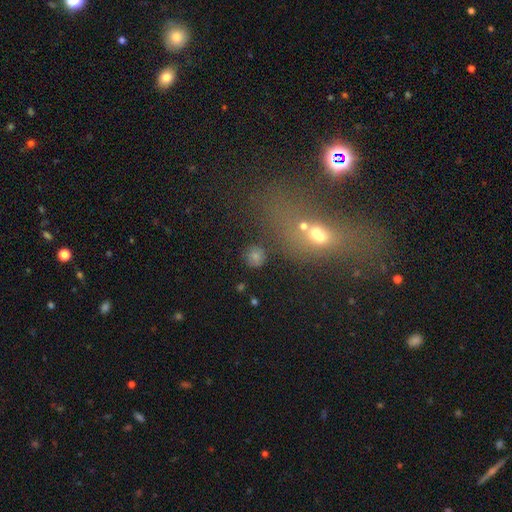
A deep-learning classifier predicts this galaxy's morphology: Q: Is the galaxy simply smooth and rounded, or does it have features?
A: smooth — 60%.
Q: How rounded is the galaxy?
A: round — 71%.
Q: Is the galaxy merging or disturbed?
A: none — 55%.